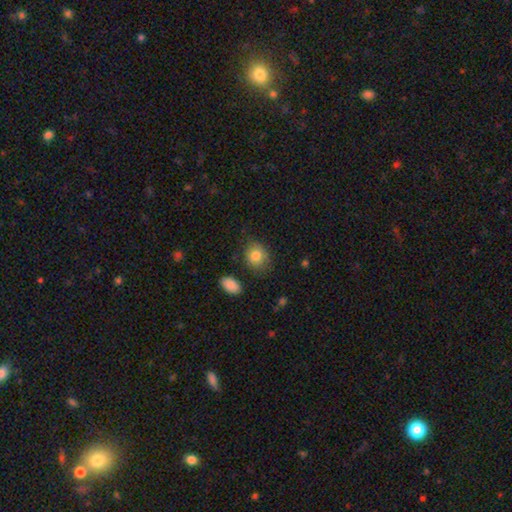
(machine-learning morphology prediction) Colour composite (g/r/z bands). It shows a smooth galaxy with no disk features (82%) that is round (61%). Merging: none (78%).